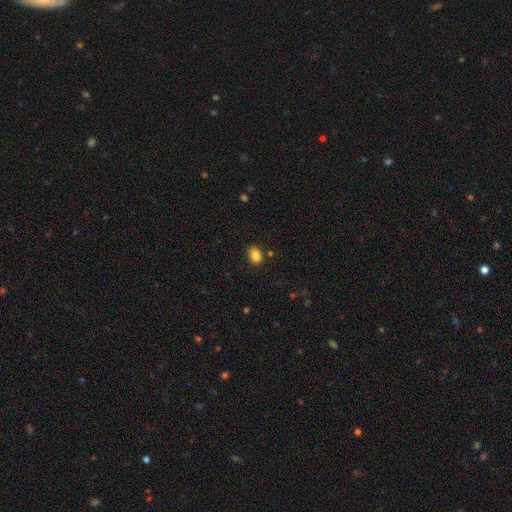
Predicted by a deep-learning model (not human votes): Overall: smooth (85%). How rounded: in between (73%). Merging: none (83%).